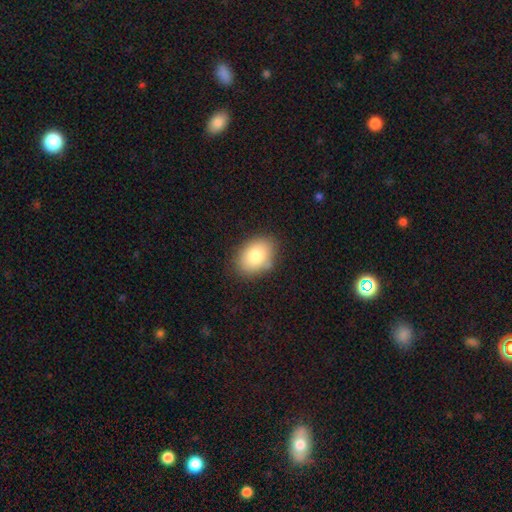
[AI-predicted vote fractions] Smooth or featured?
  - smooth: 82% *
  - featured or disk: 10%
  - star or artifact: 8%
How rounded?
  - in between: 79% *
  - round: 20%
  - cigar-shaped: 1%
Merging?
  - none: 83% *
  - minor disturbance: 12%
  - major disturbance: 3%
  - merger: 2%